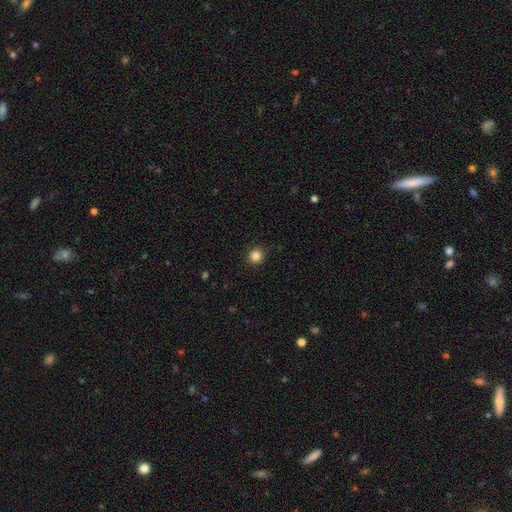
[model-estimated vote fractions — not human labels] smooth 85%, star or artifact 11%, featured or disk 4%. Down the decision tree: how rounded — round (90%); merging — none (91%).